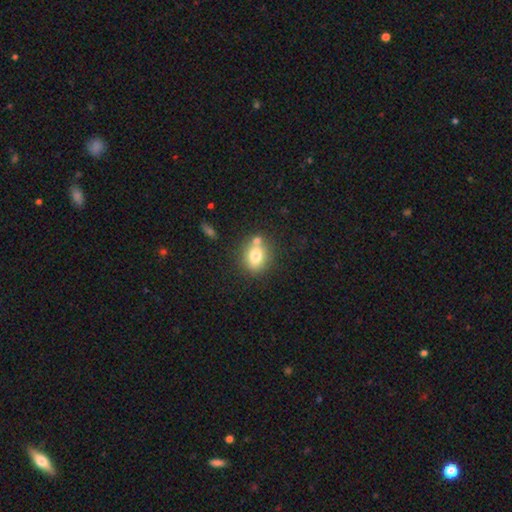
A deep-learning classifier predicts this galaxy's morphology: Overall: smooth (76%). How rounded: in between (55%; round 44%). Merging: none (62%).